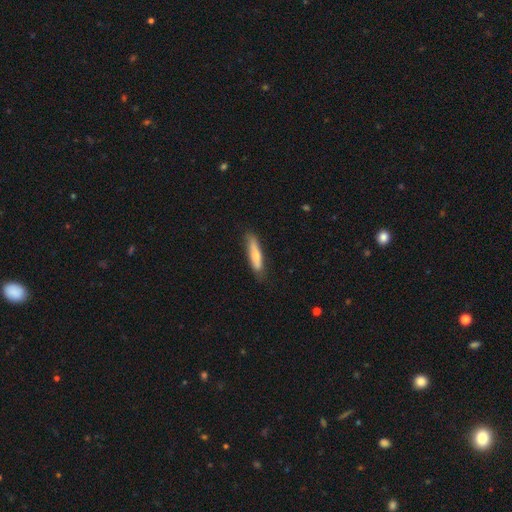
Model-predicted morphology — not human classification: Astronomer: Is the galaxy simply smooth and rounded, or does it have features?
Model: smooth — 70%.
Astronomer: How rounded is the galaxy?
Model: cigar-shaped — 81%.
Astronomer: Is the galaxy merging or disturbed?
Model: none — 77%.